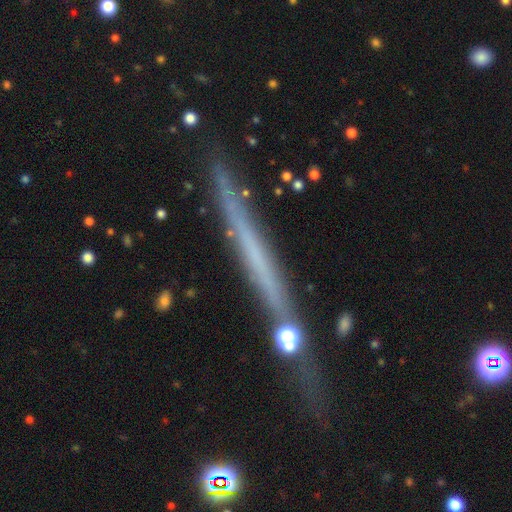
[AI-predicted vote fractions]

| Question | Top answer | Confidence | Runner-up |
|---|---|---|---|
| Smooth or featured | featured or disk | 60% | smooth (31%) |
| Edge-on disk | yes | 95% | no (5%) |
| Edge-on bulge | none | 90% | rounded (7%) |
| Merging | none | 81% | minor disturbance (13%) |